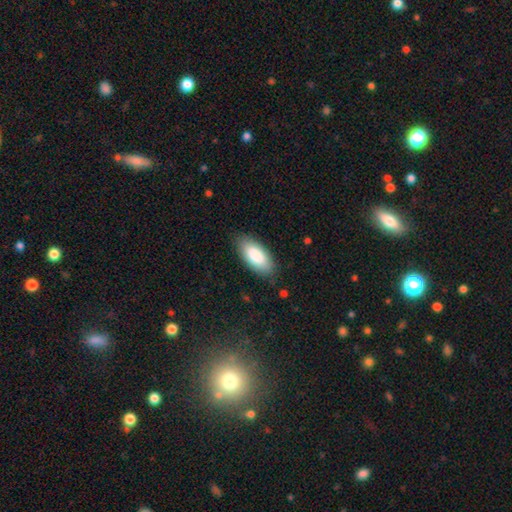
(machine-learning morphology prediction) smooth-or-featured: smooth: 87% | featured or disk: 8% | star or artifact: 6%
  how-rounded: in between: 89% | cigar-shaped: 9% | round: 2%
  merging: none: 84% | minor disturbance: 12% | major disturbance: 3% | merger: 1%